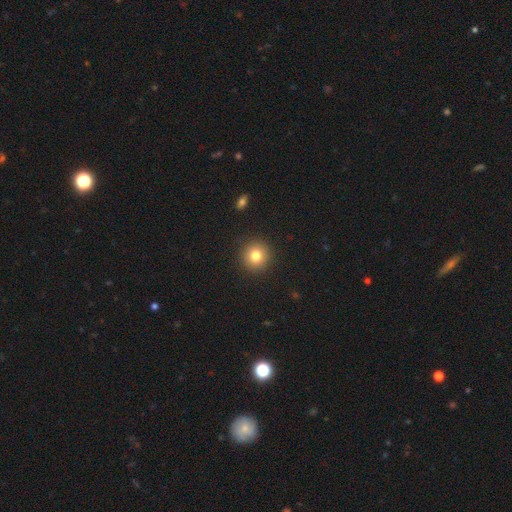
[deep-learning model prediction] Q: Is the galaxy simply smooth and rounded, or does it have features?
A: smooth — 80%.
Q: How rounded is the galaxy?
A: round — 94%.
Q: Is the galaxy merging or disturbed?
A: none — 92%.